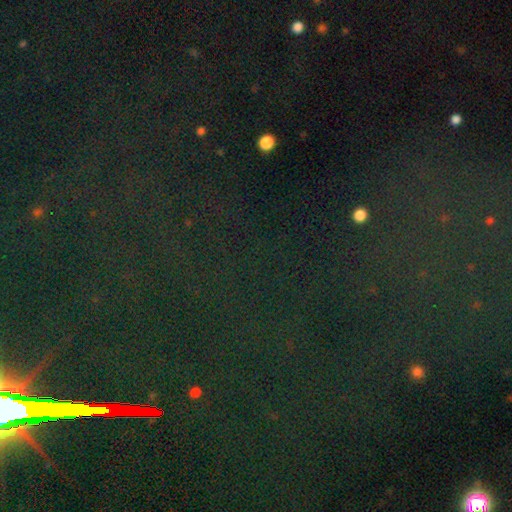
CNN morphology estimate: Overall: star or artifact (80%).